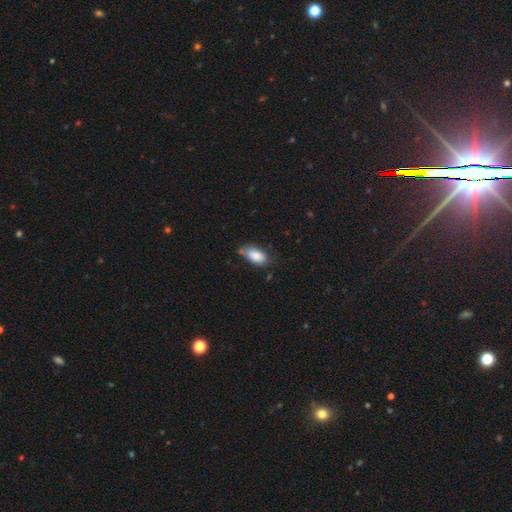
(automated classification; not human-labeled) smooth 85%, featured or disk 9%, star or artifact 7%. Down the decision tree: how rounded — in between (92%); merging — none (60%).